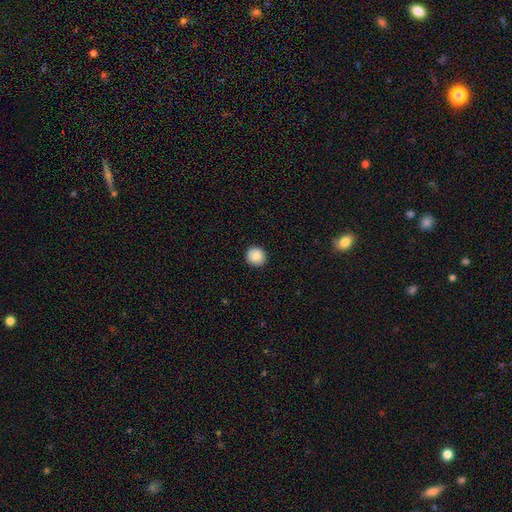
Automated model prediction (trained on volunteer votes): This is clearly a smooth galaxy (89%). How rounded: clearly round (91%). Merging: clearly none (92%).